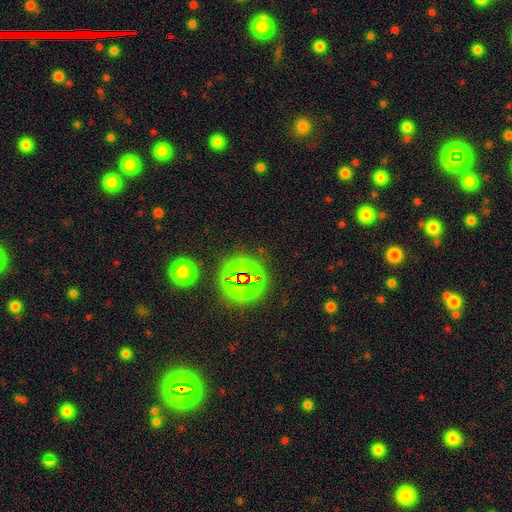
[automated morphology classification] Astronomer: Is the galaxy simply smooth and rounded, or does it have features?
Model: star or artifact — 75%.